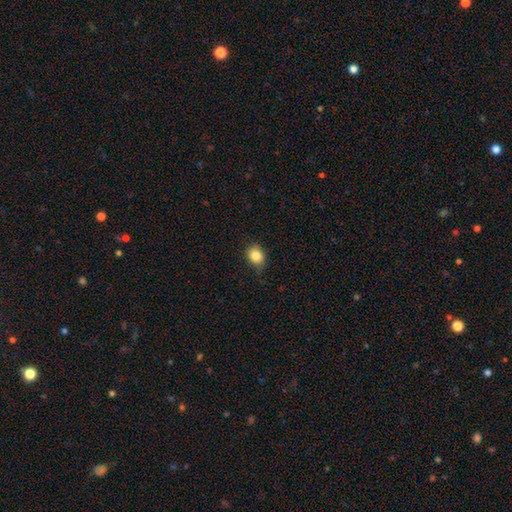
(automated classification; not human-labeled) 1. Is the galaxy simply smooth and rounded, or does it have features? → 85% smooth, 9% star or artifact, 6% featured or disk.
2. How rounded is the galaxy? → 54% in between, 45% round, 1% cigar-shaped.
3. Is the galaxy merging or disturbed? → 73% none, 22% minor disturbance, 4% major disturbance, 1% merger.